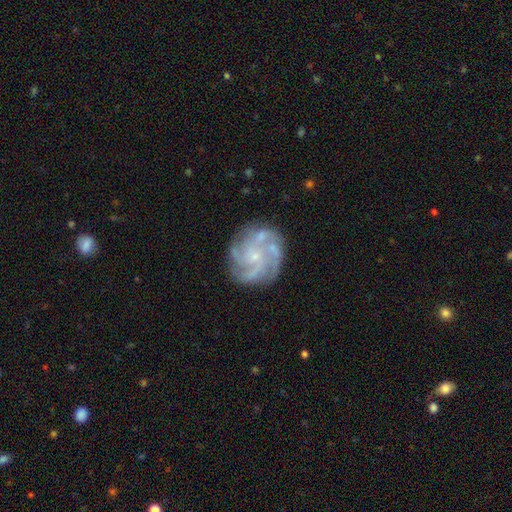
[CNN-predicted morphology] type=featured or disk (84%); edge-on=no (98%); bar=no (73%); spiral arms=yes (96%); winding=tight (52%); arm count=4 (45%); bulge=small (75%); merging=none (75%).